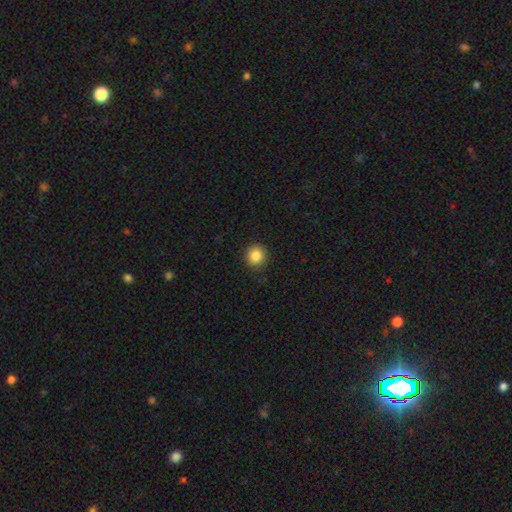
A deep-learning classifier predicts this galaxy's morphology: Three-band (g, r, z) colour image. It shows a smooth galaxy with no disk features (86%) that is round (91%). Merging: none (90%).